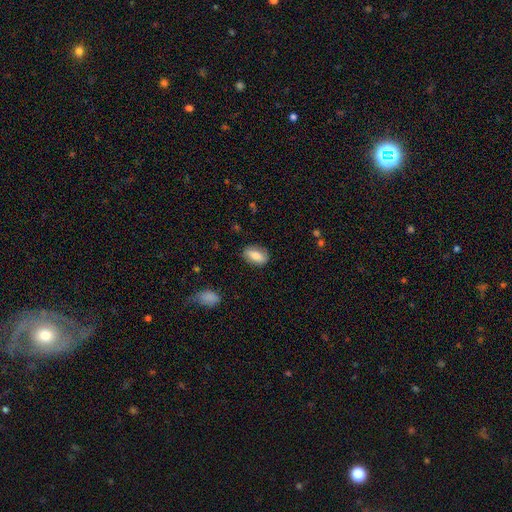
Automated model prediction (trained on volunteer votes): Smooth or featured?
  - smooth: 74% *
  - featured or disk: 19%
  - star or artifact: 7%
How rounded?
  - in between: 87% *
  - round: 8%
  - cigar-shaped: 5%
Merging?
  - none: 83% *
  - minor disturbance: 13%
  - major disturbance: 3%
  - merger: 1%